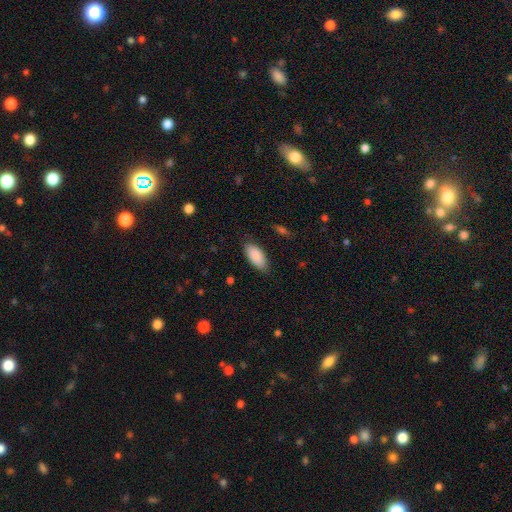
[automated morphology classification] A smooth galaxy with no disk features (87%) that is in between round and cigar-shaped (91%). Merging: none (81%).